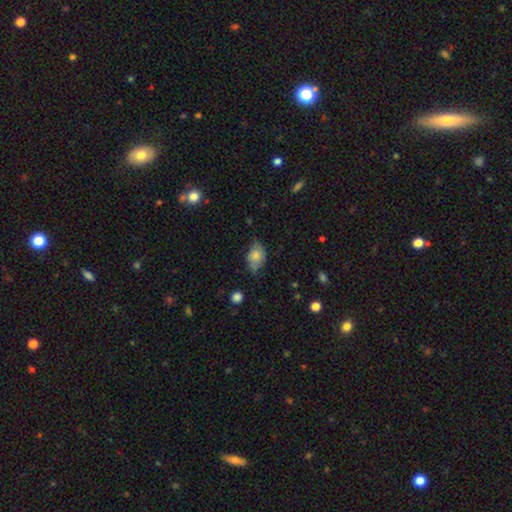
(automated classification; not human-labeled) Smooth or featured? Predicted: smooth (p=0.69). How rounded? Predicted: in between (p=0.83). Merging? Predicted: none (p=0.56).